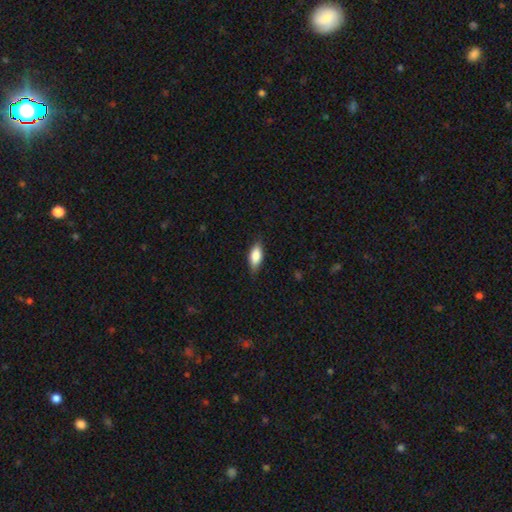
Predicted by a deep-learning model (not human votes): The model was most divided on "merging": none: 81%, minor disturbance: 16%, major disturbance: 3%, merger: 1%. More confident: how rounded — in between (83%); smooth or featured — smooth (82%).